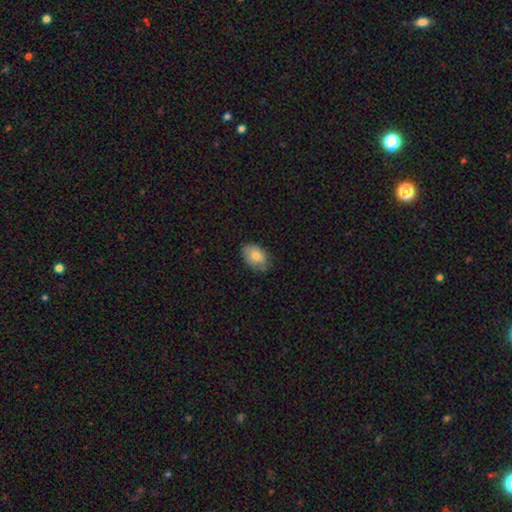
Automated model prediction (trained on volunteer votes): Morphology: type=smooth (80%); roundness=in between (87%); merging=none (73%).